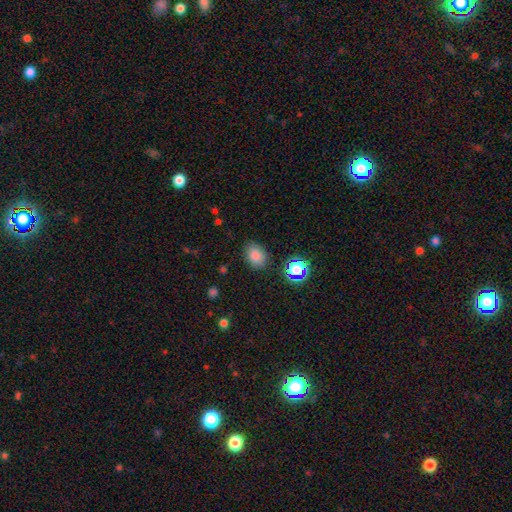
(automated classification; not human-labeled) Q: Smooth or featured?
A: smooth (80%); runner-up: star or artifact (14%)
Q: How rounded?
A: in between (69%); runner-up: round (30%)
Q: Merging?
A: none (82%); runner-up: minor disturbance (12%)